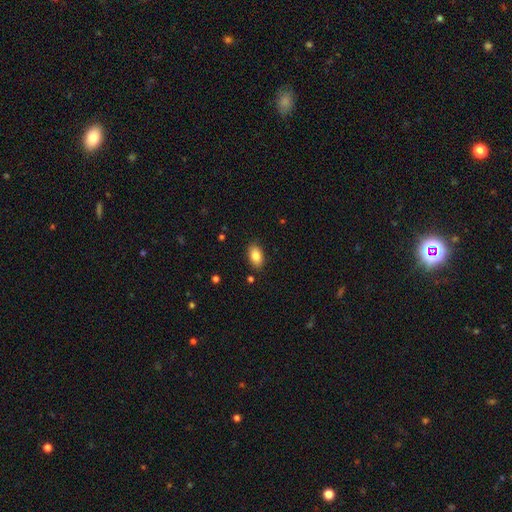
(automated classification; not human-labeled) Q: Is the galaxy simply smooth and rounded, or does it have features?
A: smooth — 86%.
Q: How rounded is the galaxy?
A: in between — 90%.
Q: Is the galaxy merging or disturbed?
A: none — 86%.